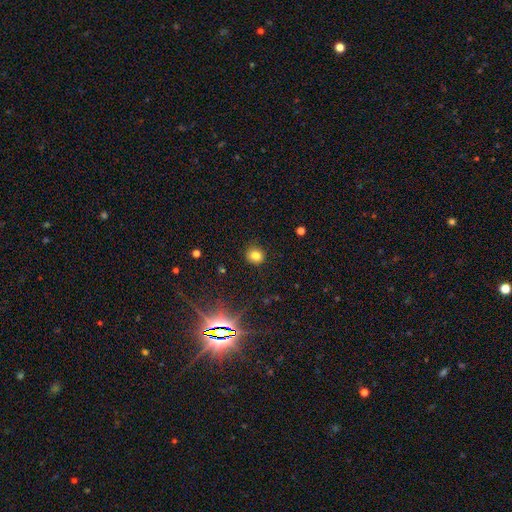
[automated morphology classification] This appears to be a smooth galaxy with no disk features (78%) that is round (87%). Merging: none (88%).